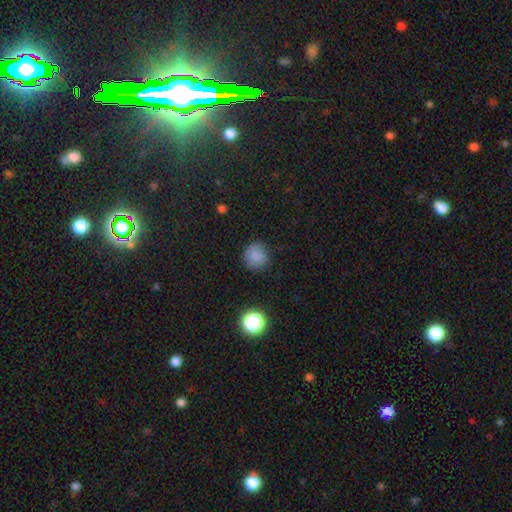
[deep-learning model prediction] This appears to be a smooth galaxy with no disk features (83%) that is round (89%). Merging: none (83%).